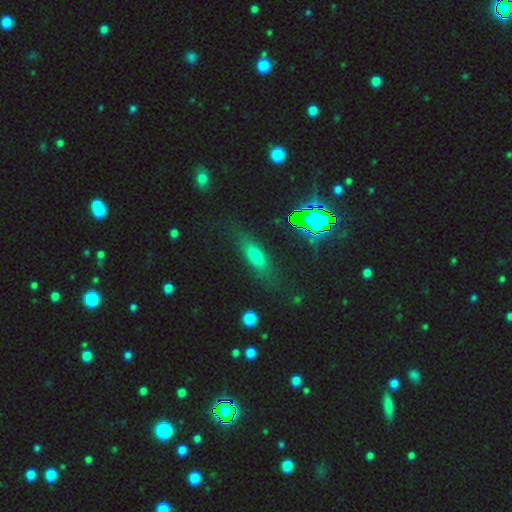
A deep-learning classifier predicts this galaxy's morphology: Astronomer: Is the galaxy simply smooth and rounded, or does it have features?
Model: smooth — 61%.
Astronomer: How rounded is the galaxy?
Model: in between — 50% (runner-up: cigar-shaped, 44%).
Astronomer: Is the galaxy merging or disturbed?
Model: none — 78%.